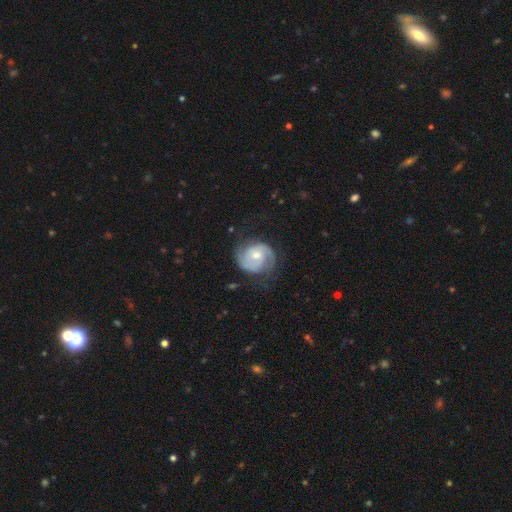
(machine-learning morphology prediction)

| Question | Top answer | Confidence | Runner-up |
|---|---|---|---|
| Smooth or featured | featured or disk | 77% | smooth (17%) |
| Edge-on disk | no | 98% | yes (2%) |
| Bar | no | 58% | weak (35%) |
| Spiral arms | yes | 93% | no (7%) |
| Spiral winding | tight | 45% | medium (41%) |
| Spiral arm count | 2 | 82% | can't tell (9%) |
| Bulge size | moderate | 59% | small (34%) |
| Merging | none | 69% | minor disturbance (20%) |